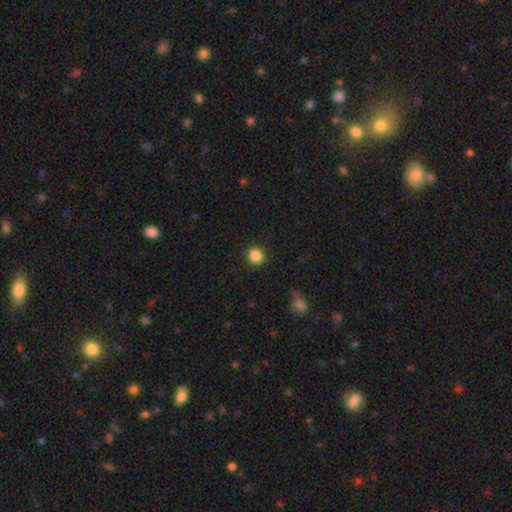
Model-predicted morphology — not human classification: This is clearly a smooth galaxy (87%). How rounded: clearly round (84%). Merging: clearly none (90%).